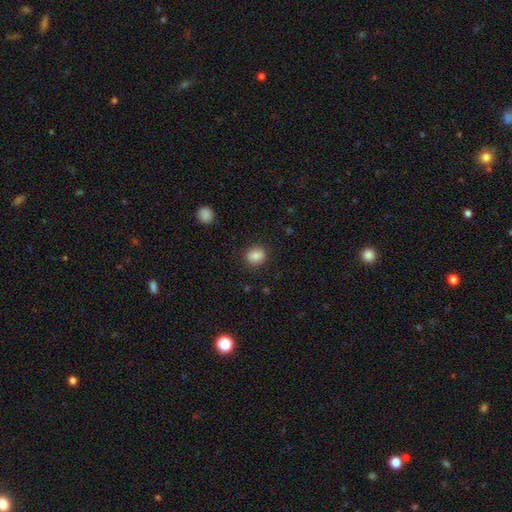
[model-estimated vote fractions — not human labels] This appears to be a smooth galaxy with no disk features (85%) that is round (64%). Merging: none (87%).